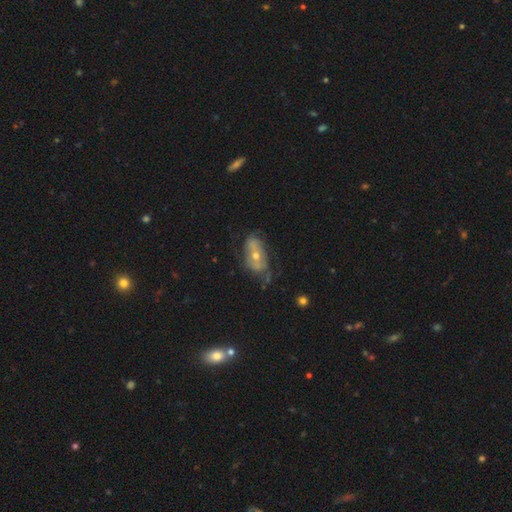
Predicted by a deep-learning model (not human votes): Smooth or featured? Predicted: featured or disk (p=0.62). Edge-on disk? Predicted: no (p=0.88). Bar? Predicted: no (p=0.73). Spiral arms? Predicted: yes (p=0.57). Bulge size? Predicted: moderate (p=0.56). Merging? Predicted: none (p=0.47).